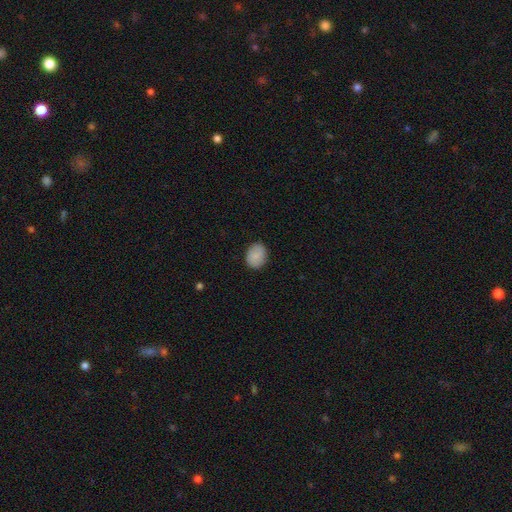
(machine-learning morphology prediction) The model was most divided on "how rounded": in between: 57%, round: 42%, cigar-shaped: 1%. More confident: merging — none (88%); smooth or featured — smooth (86%).